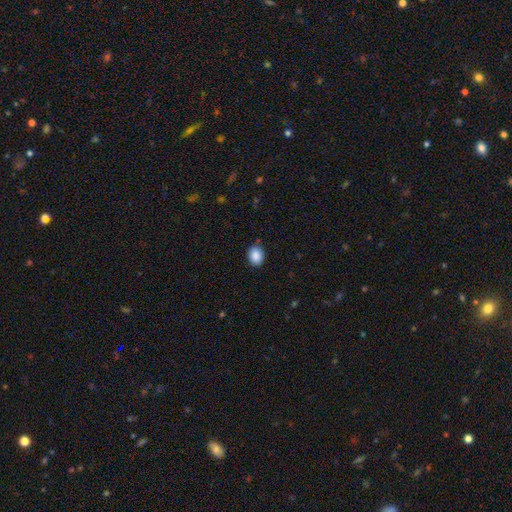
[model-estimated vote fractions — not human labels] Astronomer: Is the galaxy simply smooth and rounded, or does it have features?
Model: smooth — 88%.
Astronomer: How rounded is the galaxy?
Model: in between — 57% (runner-up: round, 42%).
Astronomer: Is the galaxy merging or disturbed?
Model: none — 86%.